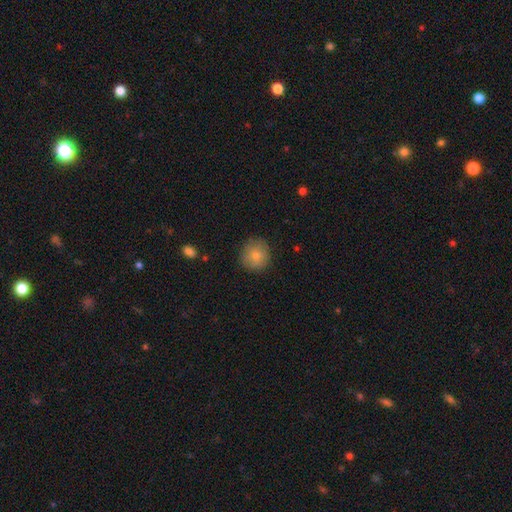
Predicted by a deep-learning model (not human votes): Q: Smooth or featured?
A: smooth (82%); runner-up: featured or disk (10%)
Q: How rounded?
A: round (90%); runner-up: in between (9%)
Q: Merging?
A: none (83%); runner-up: minor disturbance (13%)